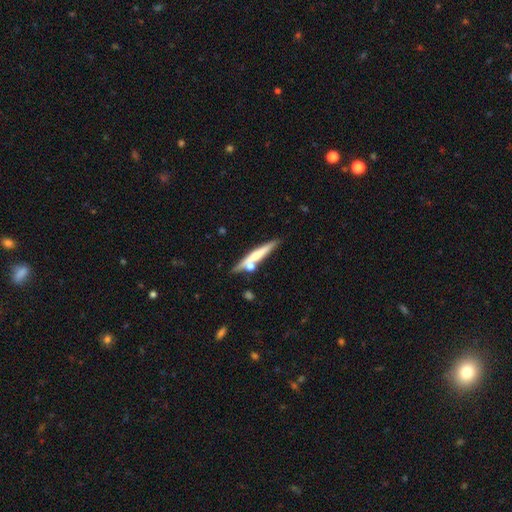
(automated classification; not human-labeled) Smooth or featured: smooth — 50% (featured or disk — 44%)
Merging: none — 68% (merger — 16%)